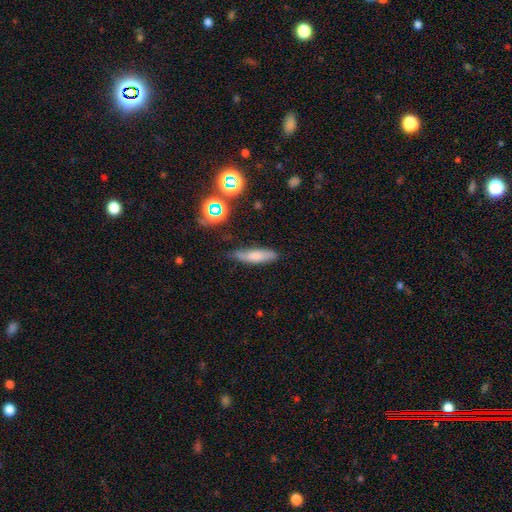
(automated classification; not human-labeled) Smooth or featured: smooth — 69% (featured or disk — 20%)
How rounded: cigar-shaped — 64% (in between — 33%)
Merging: none — 65% (minor disturbance — 25%)